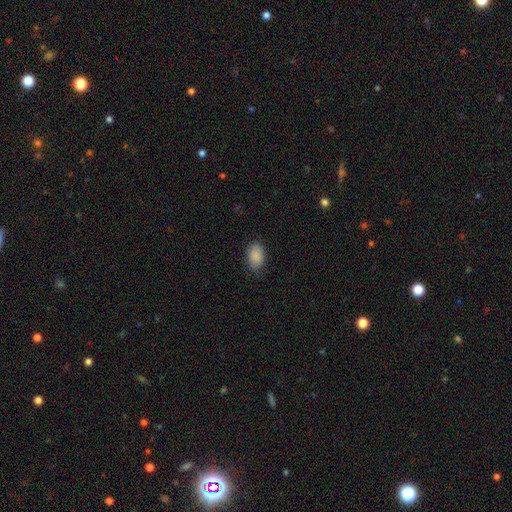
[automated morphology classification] This is clearly a smooth galaxy (89%). How rounded: clearly in between (89%). Merging: clearly none (83%).